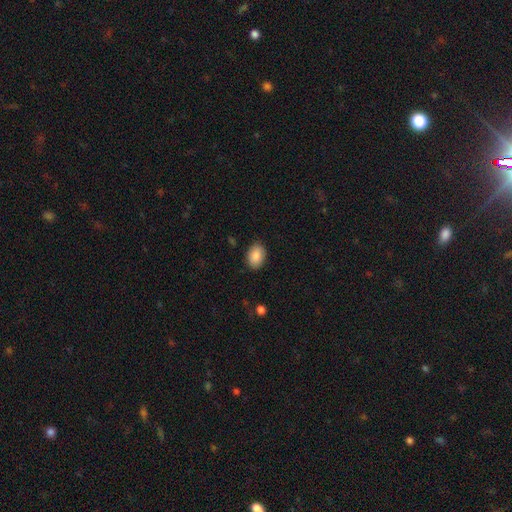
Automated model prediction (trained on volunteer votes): smooth_or_featured: smooth (p=0.87) [alt: star or artifact p=0.07]
how_rounded: in between (p=0.80) [alt: round p=0.19]
merging: none (p=0.87) [alt: minor disturbance p=0.10]